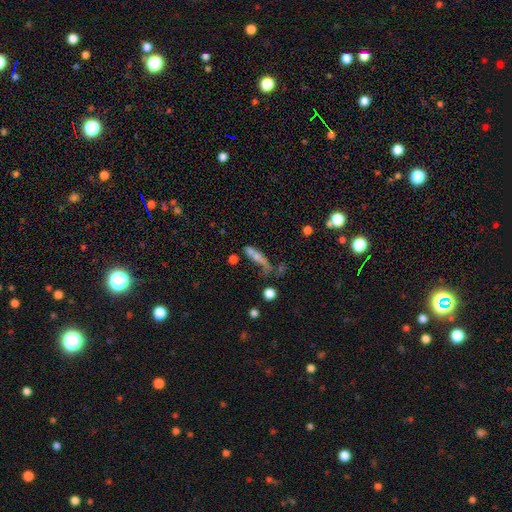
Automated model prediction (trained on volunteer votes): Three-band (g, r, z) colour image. It shows a smooth galaxy with no disk features (60%) that is cigar-shaped (73%). Merging: none (35%).